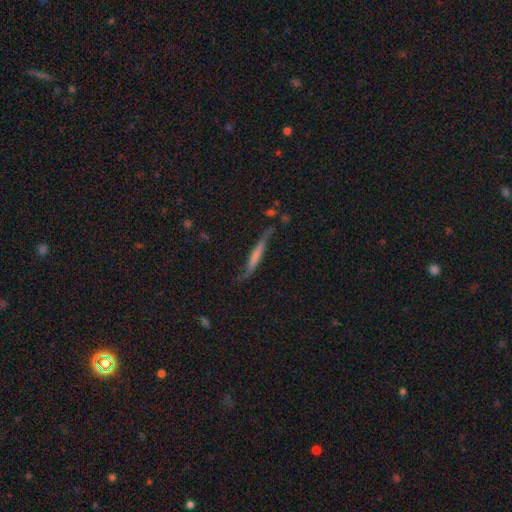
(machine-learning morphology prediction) Q: Smooth or featured?
A: featured or disk (53%); runner-up: smooth (40%)
Q: Edge-on disk?
A: yes (78%); runner-up: no (22%)
Q: Merging?
A: none (59%); runner-up: minor disturbance (26%)